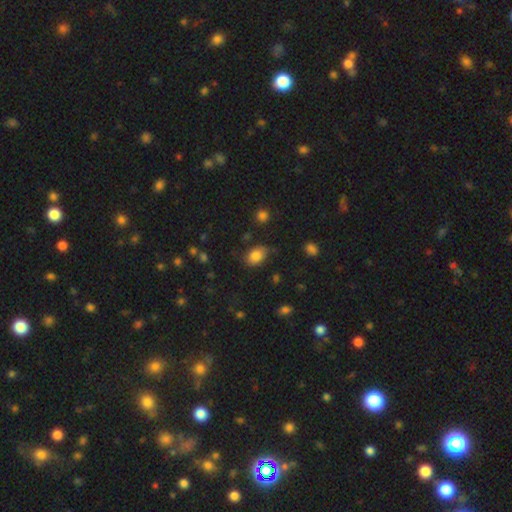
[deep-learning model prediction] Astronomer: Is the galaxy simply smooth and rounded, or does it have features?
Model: smooth — 83%.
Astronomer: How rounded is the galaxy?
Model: in between — 76%.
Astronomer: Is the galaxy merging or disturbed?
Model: none — 70%.